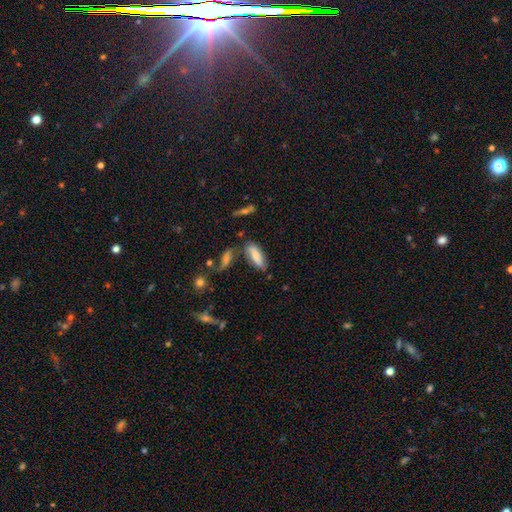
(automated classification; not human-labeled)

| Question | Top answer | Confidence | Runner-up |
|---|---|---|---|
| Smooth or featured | smooth | 68% | featured or disk (24%) |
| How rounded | in between | 68% | cigar-shaped (30%) |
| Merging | none | 58% | minor disturbance (20%) |